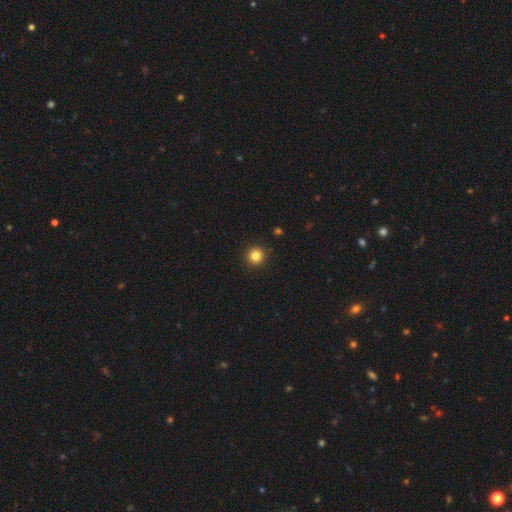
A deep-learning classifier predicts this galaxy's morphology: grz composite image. It shows a smooth galaxy with no disk features (84%) that is round (95%). Merging: none (93%).